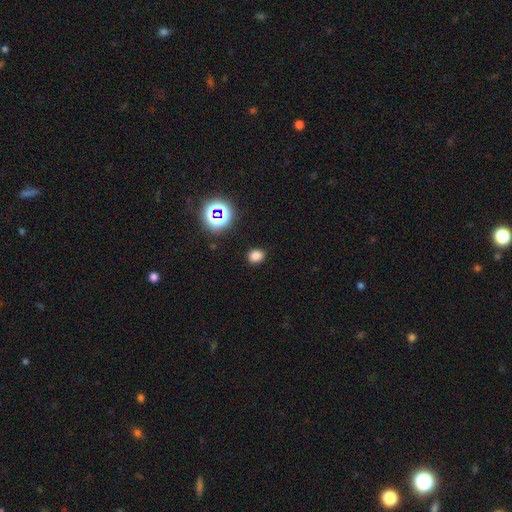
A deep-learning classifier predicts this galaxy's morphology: Smooth or featured? smooth (77%)
How rounded? round (54%)
Merging? none (87%)